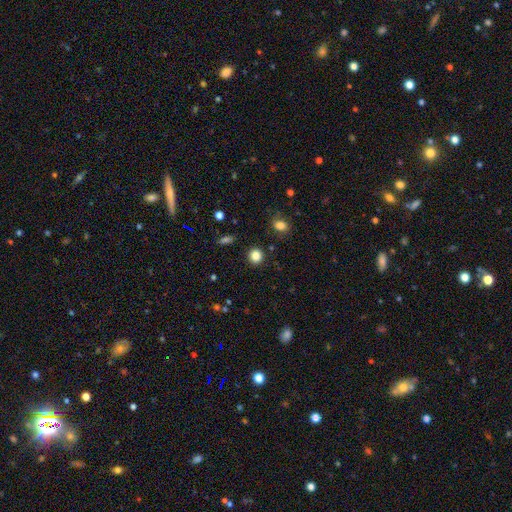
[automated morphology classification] A smooth galaxy with no disk features (85%) that is round (88%).

Vote fractions:
- Smooth or featured? smooth: 85% / star or artifact: 11% / featured or disk: 4%
- How rounded? round: 88% / in between: 11% / cigar-shaped: 1%
- Merging? none: 90% / minor disturbance: 6% / major disturbance: 2% / merger: 2%